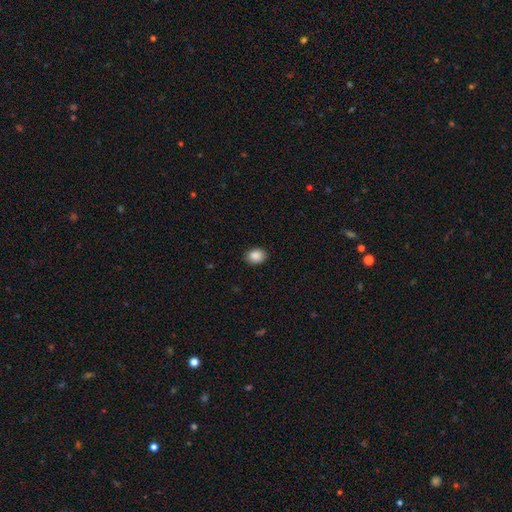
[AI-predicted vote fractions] Q: Smooth or featured?
A: smooth (89%); runner-up: star or artifact (8%)
Q: How rounded?
A: in between (53%); runner-up: round (46%)
Q: Merging?
A: none (88%); runner-up: minor disturbance (9%)